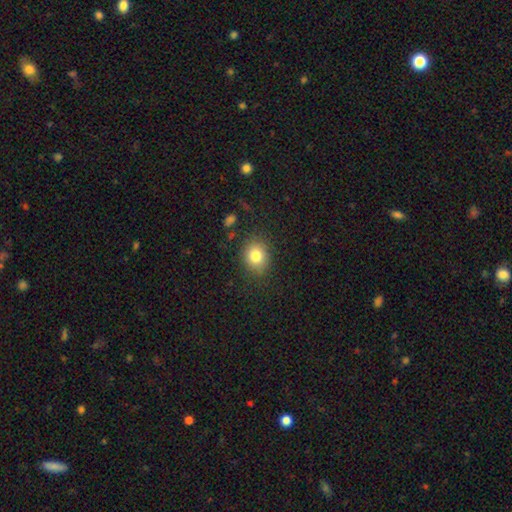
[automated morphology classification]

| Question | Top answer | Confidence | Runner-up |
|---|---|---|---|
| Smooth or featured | smooth | 81% | star or artifact (11%) |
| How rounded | round | 67% | in between (32%) |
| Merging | none | 83% | minor disturbance (12%) |